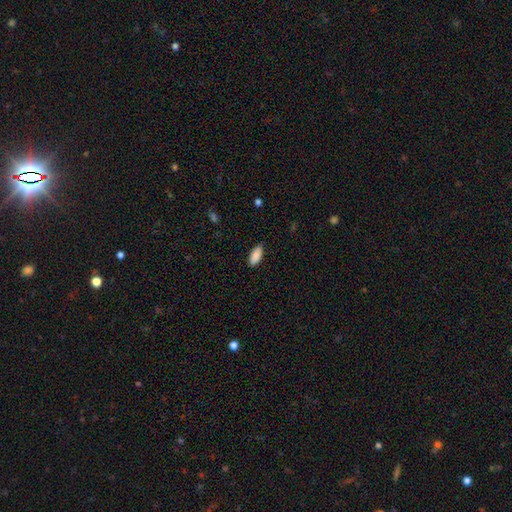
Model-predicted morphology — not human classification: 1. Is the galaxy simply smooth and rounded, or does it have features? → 90% smooth, 6% star or artifact, 4% featured or disk.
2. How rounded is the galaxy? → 88% in between, 11% cigar-shaped, 2% round.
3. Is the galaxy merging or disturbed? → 86% none, 11% minor disturbance, 2% major disturbance, 1% merger.